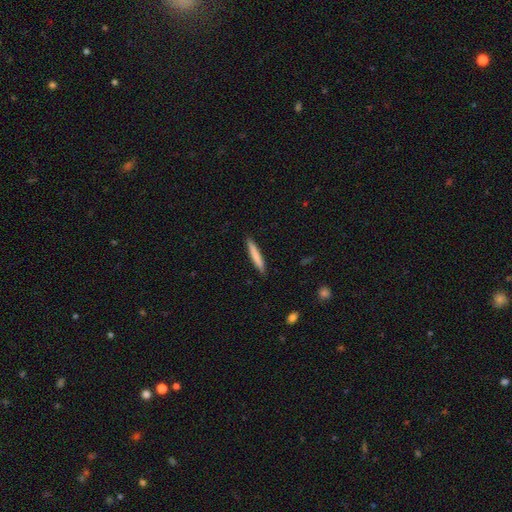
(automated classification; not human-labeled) A smooth galaxy with no disk features (77%) that is cigar-shaped (94%).

Vote fractions:
- Smooth or featured? smooth: 77% / featured or disk: 17% / star or artifact: 6%
- How rounded? cigar-shaped: 94% / in between: 4% / round: 1%
- Merging? none: 89% / minor disturbance: 8% / major disturbance: 2% / merger: 1%